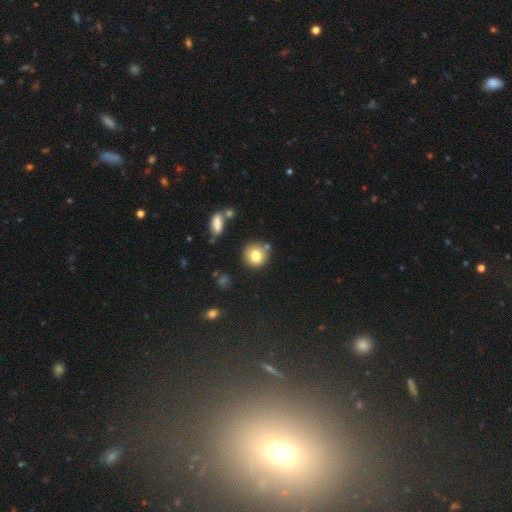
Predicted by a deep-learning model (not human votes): Morphology: type=smooth (78%); roundness=round (91%); merging=none (77%).